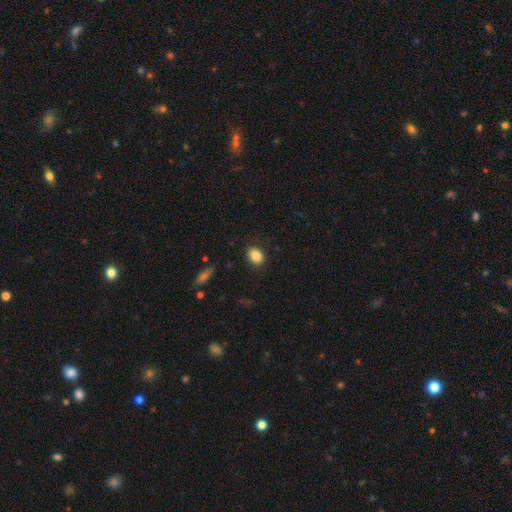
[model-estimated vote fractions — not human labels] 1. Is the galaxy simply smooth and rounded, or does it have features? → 86% smooth, 8% star or artifact, 6% featured or disk.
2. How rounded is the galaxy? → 68% in between, 31% round, 1% cigar-shaped.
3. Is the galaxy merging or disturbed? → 87% none, 9% minor disturbance, 2% major disturbance, 1% merger.